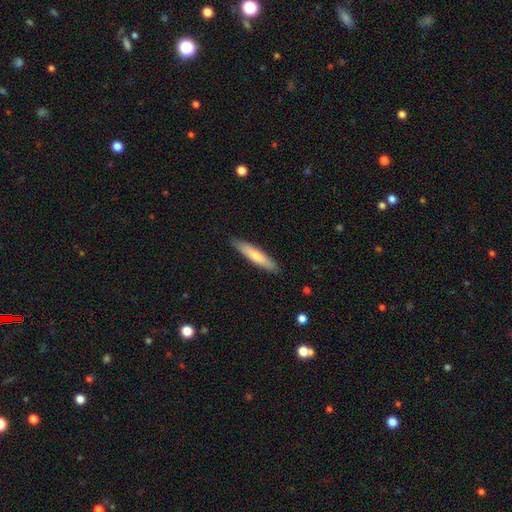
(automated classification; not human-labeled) Smooth or featured: smooth — 68% (featured or disk — 27%)
How rounded: cigar-shaped — 84% (in between — 14%)
Merging: none — 88% (minor disturbance — 10%)